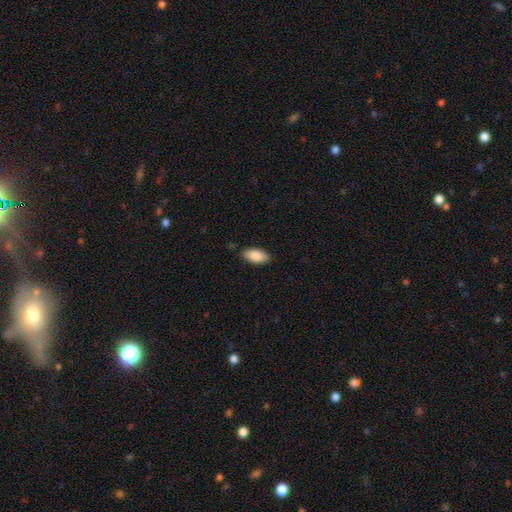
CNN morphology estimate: The model was most divided on "merging": none: 85%, minor disturbance: 11%, major disturbance: 2%, merger: 1%. More confident: how rounded — in between (92%); smooth or featured — smooth (88%).